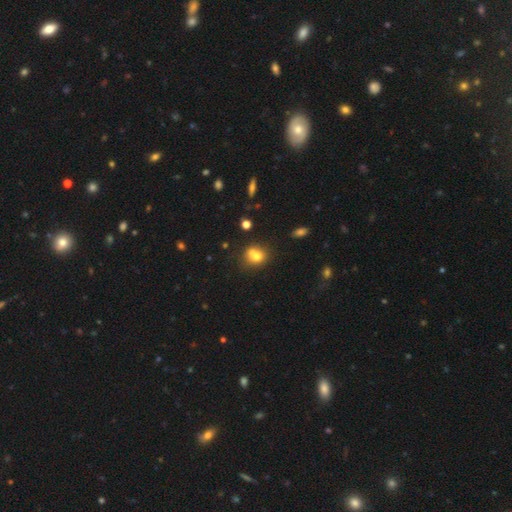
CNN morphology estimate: smooth-or-featured: smooth: 69% | featured or disk: 18% | star or artifact: 12%
  how-rounded: round: 63% | in between: 36% | cigar-shaped: 1%
  merging: merger: 45% | none: 37% | minor disturbance: 13% | major disturbance: 5%